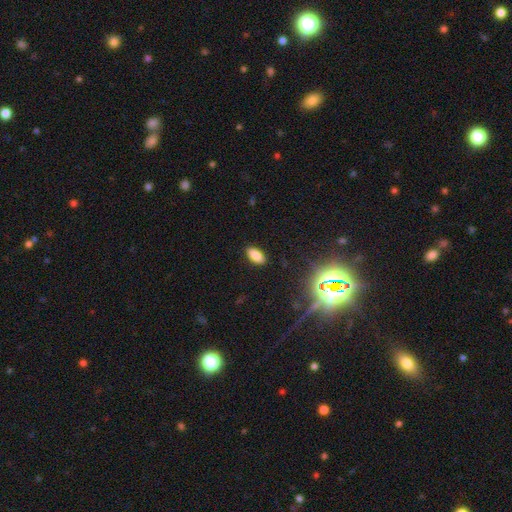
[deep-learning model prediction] smooth 79%, star or artifact 13%, featured or disk 8%. Down the decision tree: how rounded — in between (89%); merging — none (89%).